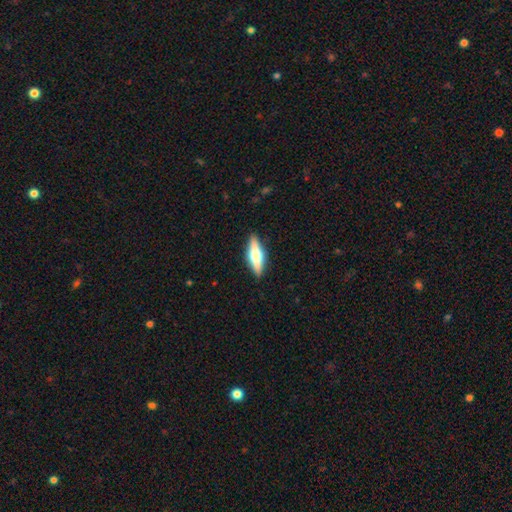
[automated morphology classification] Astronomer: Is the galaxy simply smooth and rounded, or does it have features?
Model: featured or disk — 58% (runner-up: smooth, 36%).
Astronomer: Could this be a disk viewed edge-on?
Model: yes — 95%.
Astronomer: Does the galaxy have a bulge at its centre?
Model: rounded — 93%.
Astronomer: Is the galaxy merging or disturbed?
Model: none — 90%.